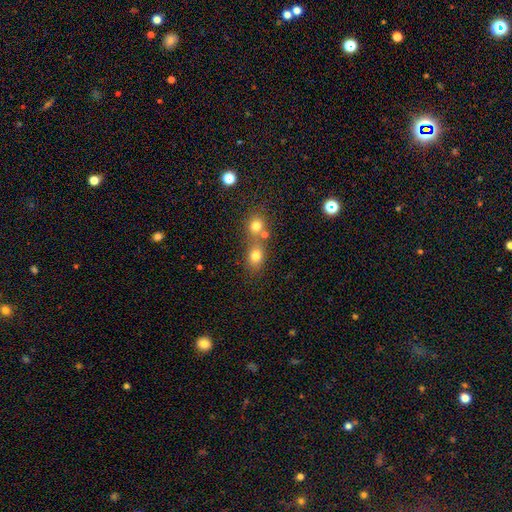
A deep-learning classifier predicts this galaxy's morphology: This is likely a smooth galaxy (77%). How rounded: possibly round (56%). Merging: possibly none (45%).